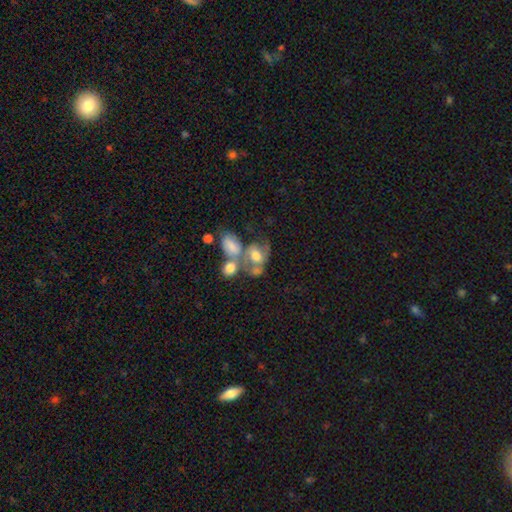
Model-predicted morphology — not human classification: Q: Smooth or featured?
A: smooth (46%); runner-up: featured or disk (43%)
Q: Merging?
A: merger (49%); runner-up: none (23%)